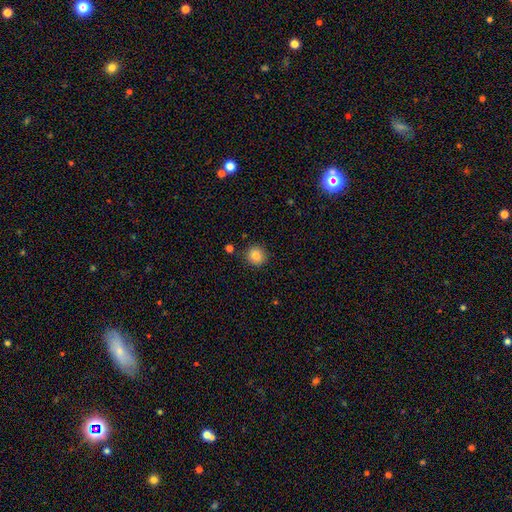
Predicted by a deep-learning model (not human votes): smooth_or_featured: smooth (p=0.84) [alt: star or artifact p=0.10]
how_rounded: round (p=0.91) [alt: in between p=0.08]
merging: none (p=0.87) [alt: minor disturbance p=0.08]